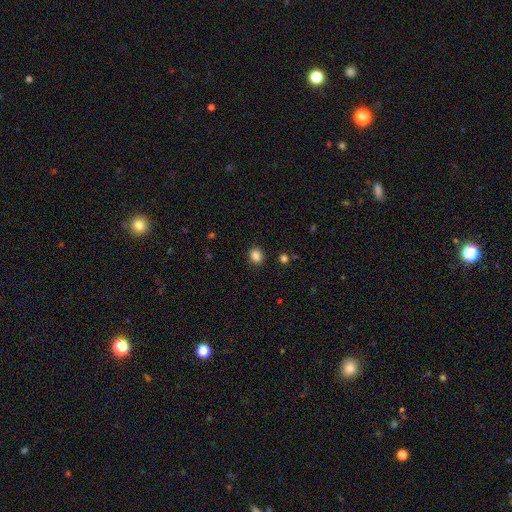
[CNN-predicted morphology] Smooth or featured? smooth (86%)
How rounded? round (66%)
Merging? none (89%)